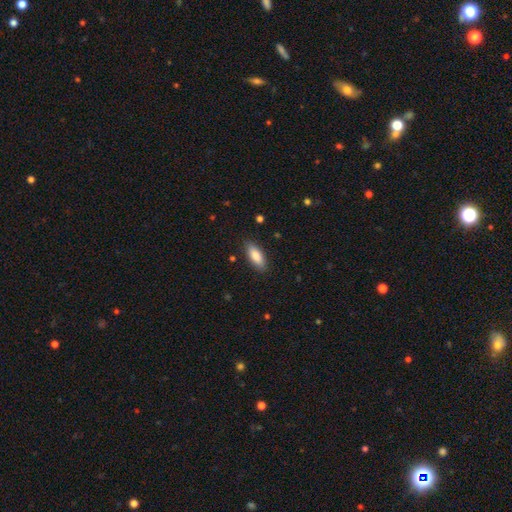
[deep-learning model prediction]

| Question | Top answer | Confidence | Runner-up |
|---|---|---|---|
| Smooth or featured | smooth | 85% | featured or disk (9%) |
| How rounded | in between | 75% | cigar-shaped (23%) |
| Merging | none | 87% | minor disturbance (10%) |